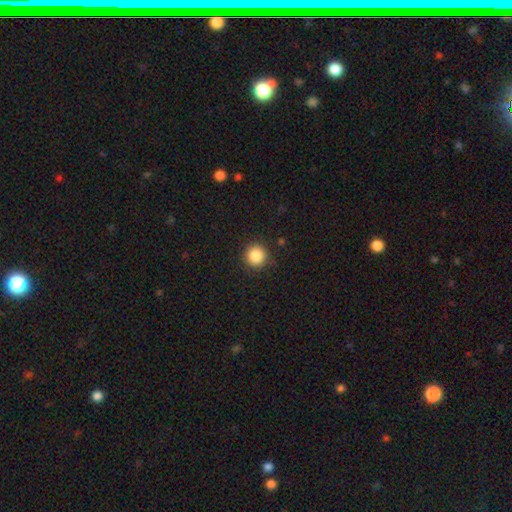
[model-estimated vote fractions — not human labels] smooth_or_featured: smooth (p=0.86) [alt: star or artifact p=0.10]
how_rounded: round (p=0.95) [alt: in between p=0.04]
merging: none (p=0.90) [alt: minor disturbance p=0.07]